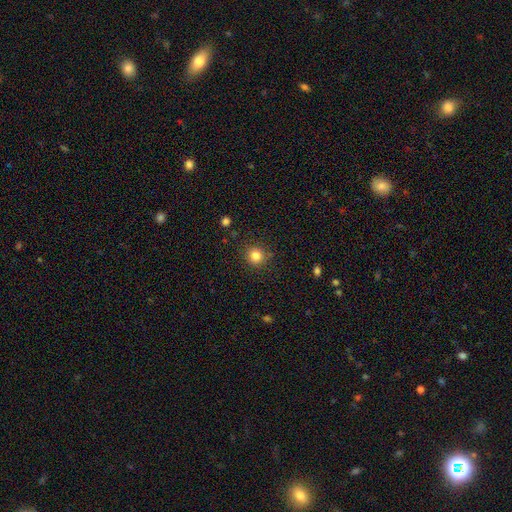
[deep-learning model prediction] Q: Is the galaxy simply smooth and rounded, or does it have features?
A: smooth — 82%.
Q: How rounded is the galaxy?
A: round — 92%.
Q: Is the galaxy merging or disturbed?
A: none — 87%.